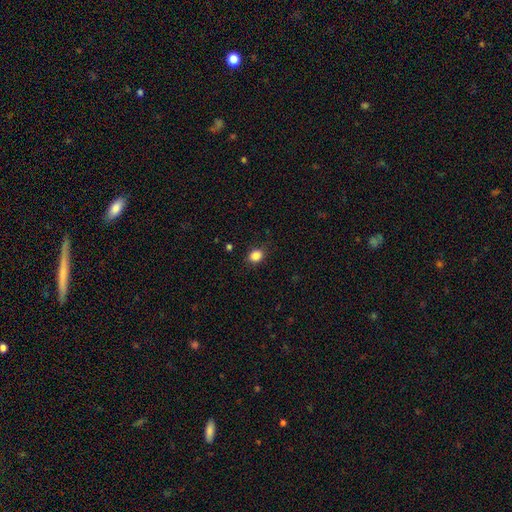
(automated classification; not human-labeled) A smooth galaxy with no disk features (86%) that is round (64%). Merging: none (85%).